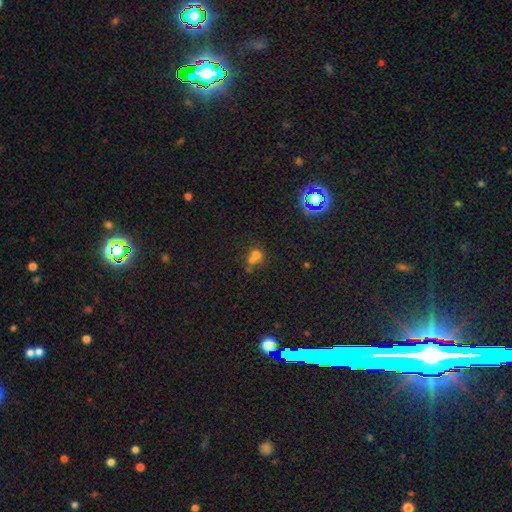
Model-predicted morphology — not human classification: Smooth or featured: smooth — 61% (star or artifact — 22%)
How rounded: round — 75% (in between — 24%)
Merging: merger — 54% (none — 34%)